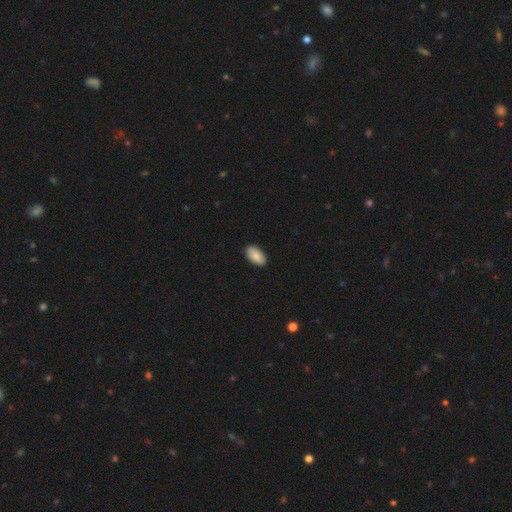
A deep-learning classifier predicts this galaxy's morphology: smooth 88%, star or artifact 6%, featured or disk 5%. Down the decision tree: how rounded — in between (95%); merging — none (90%).